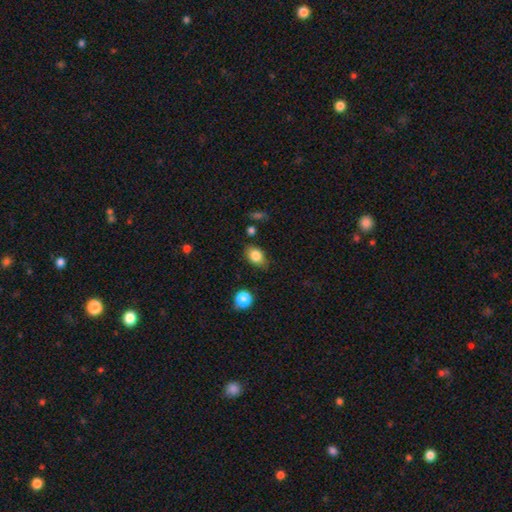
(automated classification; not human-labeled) Q: Smooth or featured?
A: smooth (83%); runner-up: star or artifact (9%)
Q: How rounded?
A: in between (81%); runner-up: round (18%)
Q: Merging?
A: none (77%); runner-up: minor disturbance (17%)